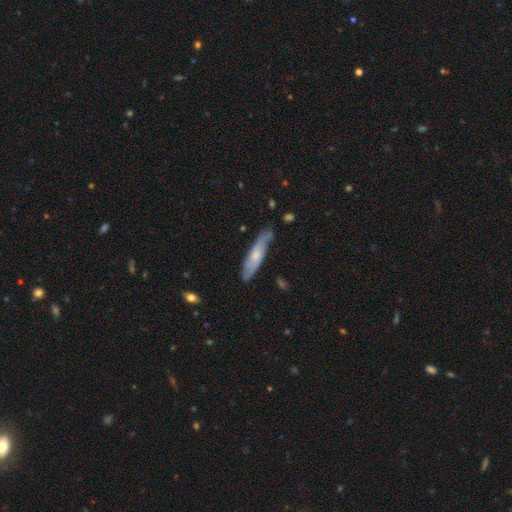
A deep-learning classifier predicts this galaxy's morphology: type=featured or disk (49%); merging=none (73%).